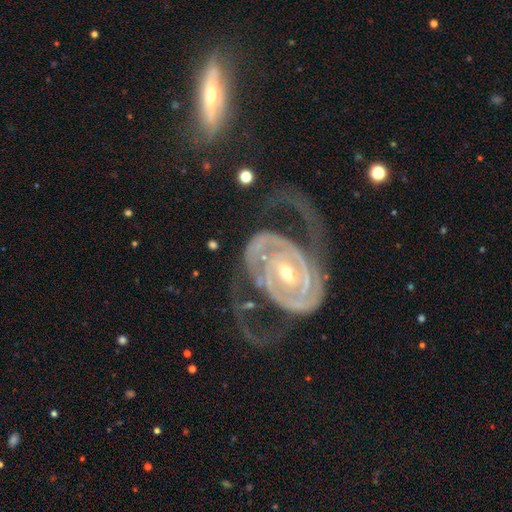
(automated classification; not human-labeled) Smooth or featured? featured or disk (90%)
Edge-on disk? no (96%)
Bar? strong (34%, tied with no)
Spiral arms? yes (94%)
Spiral winding? tight (49%)
Spiral arm count? 2 (77%)
Bulge size? moderate (51%)
Merging? none (51%)